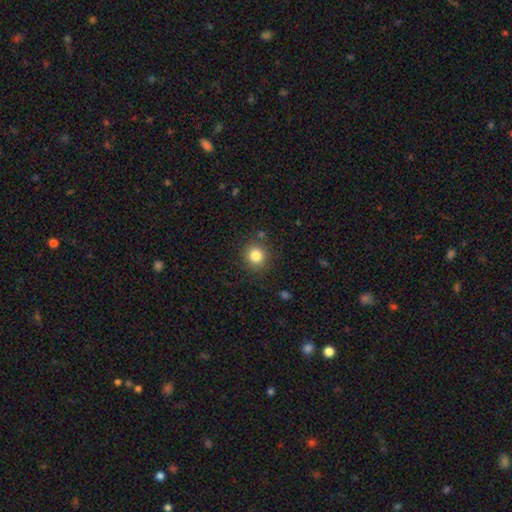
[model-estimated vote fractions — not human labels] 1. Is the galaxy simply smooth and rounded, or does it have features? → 82% smooth, 12% star or artifact, 6% featured or disk.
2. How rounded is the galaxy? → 90% round, 9% in between, 1% cigar-shaped.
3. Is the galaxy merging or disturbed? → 86% none, 8% minor disturbance, 3% major disturbance, 2% merger.